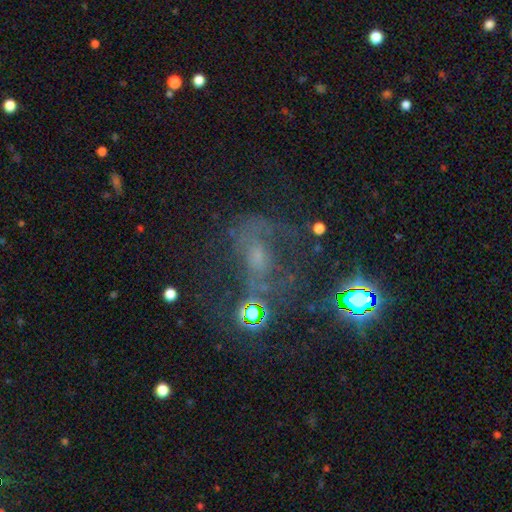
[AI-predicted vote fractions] Smooth or featured: featured or disk — 44% (star or artifact — 36%)
Merging: none — 39% (major disturbance — 35%)